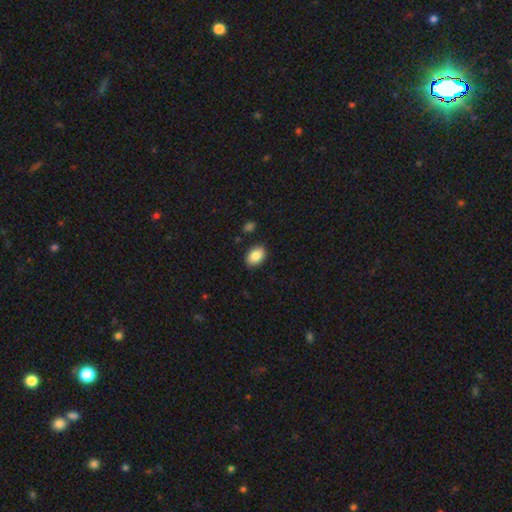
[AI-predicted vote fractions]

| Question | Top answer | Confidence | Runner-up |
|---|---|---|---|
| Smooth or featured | smooth | 87% | star or artifact (7%) |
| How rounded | in between | 85% | round (14%) |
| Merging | none | 87% | minor disturbance (9%) |